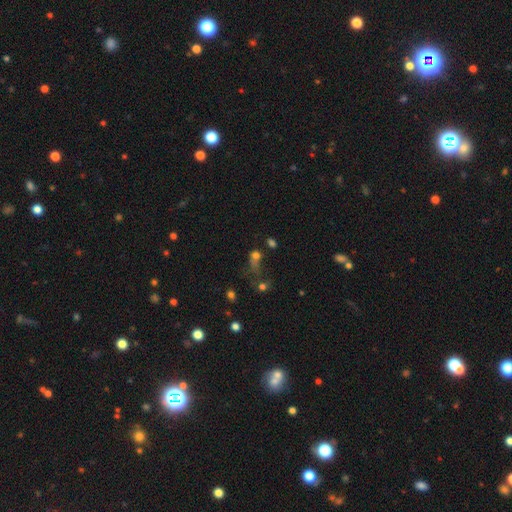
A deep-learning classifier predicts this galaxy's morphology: The model was most divided on "merging": major disturbance: 35%, none: 27%, merger: 23%, minor disturbance: 15%. More confident: smooth or featured — smooth (59%); how rounded — in between (52%).